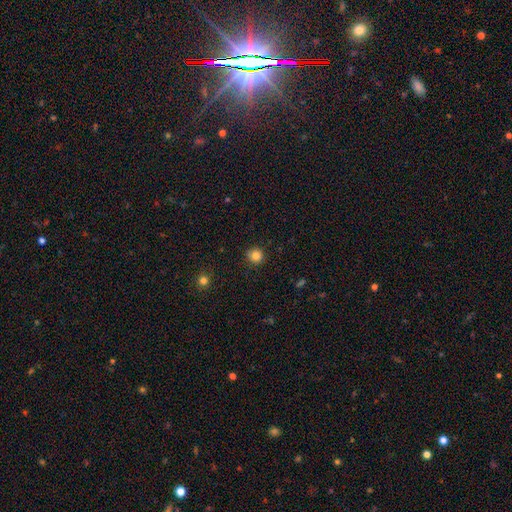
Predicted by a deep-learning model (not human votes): smooth 82%, star or artifact 12%, featured or disk 6%. Down the decision tree: how rounded — round (93%); merging — none (89%).